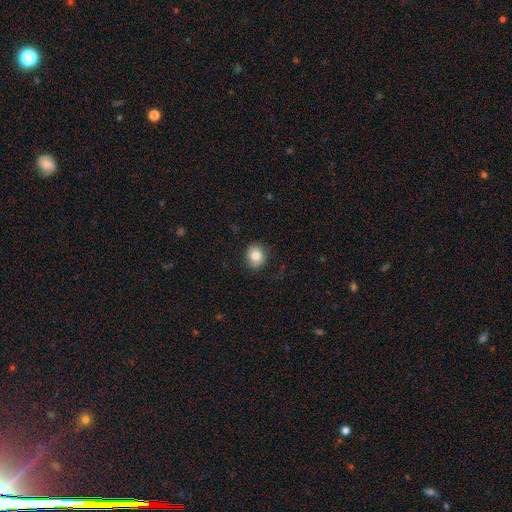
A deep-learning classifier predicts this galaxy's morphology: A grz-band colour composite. It shows a smooth galaxy with no disk features (83%) that is round (72%). Merging: none (83%).